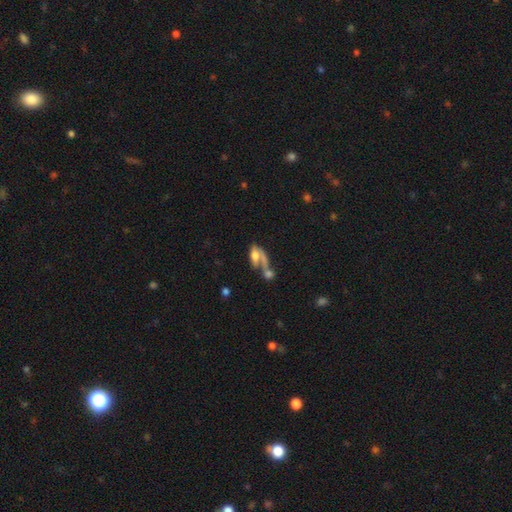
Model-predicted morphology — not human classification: The model was most divided on "smooth or featured": smooth: 52%, featured or disk: 37%, star or artifact: 11%. More confident: how rounded — in between (77%); merging — merger (52%).